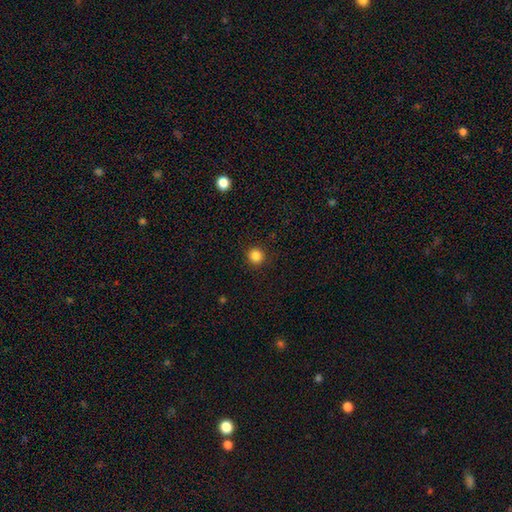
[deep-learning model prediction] smooth-or-featured: smooth: 85% | star or artifact: 12% | featured or disk: 3%
  how-rounded: round: 93% | in between: 6% | cigar-shaped: 1%
  merging: none: 92% | minor disturbance: 5% | major disturbance: 2% | merger: 1%